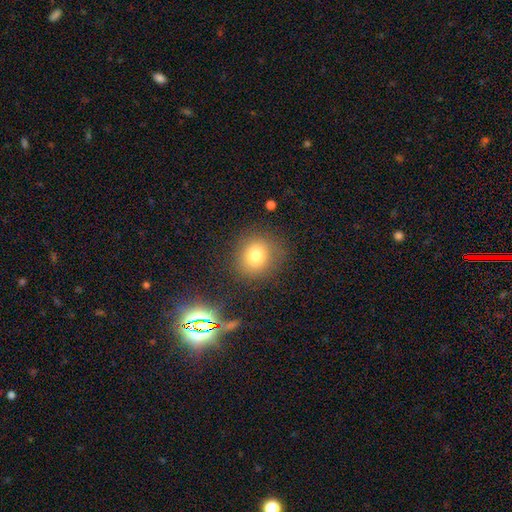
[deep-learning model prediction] A smooth galaxy with no disk features (75%) that is round (79%).

Vote fractions:
- Smooth or featured? smooth: 75% / star or artifact: 16% / featured or disk: 9%
- How rounded? round: 79% / in between: 20% / cigar-shaped: 1%
- Merging? none: 82% / minor disturbance: 11% / major disturbance: 4% / merger: 2%